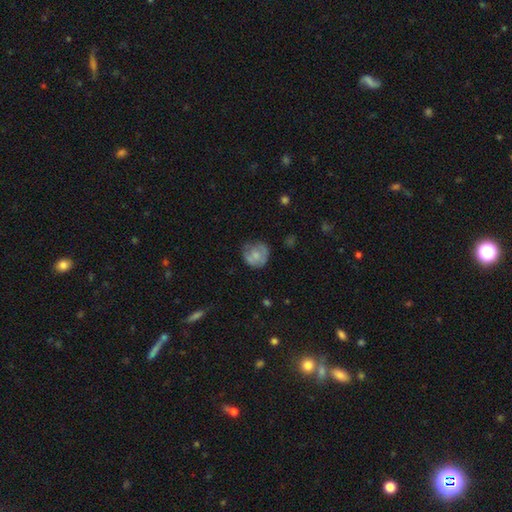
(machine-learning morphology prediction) smooth-or-featured: smooth: 59% | featured or disk: 34% | star or artifact: 8%
  how-rounded: round: 85% | in between: 14% | cigar-shaped: 1%
  merging: none: 61% | minor disturbance: 27% | major disturbance: 11% | merger: 2%